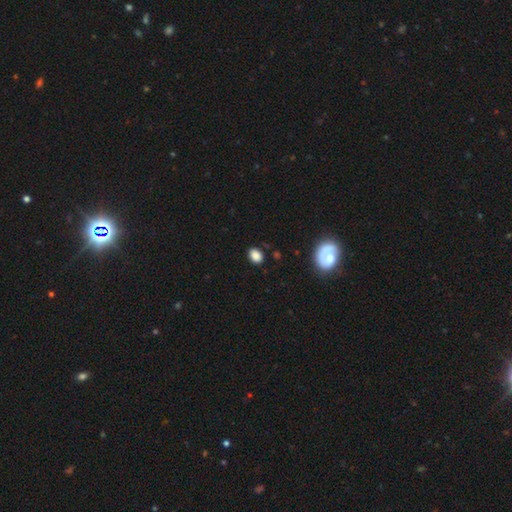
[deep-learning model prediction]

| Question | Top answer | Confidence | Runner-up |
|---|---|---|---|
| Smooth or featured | smooth | 86% | star or artifact (10%) |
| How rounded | in between | 72% | round (27%) |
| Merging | none | 85% | minor disturbance (11%) |